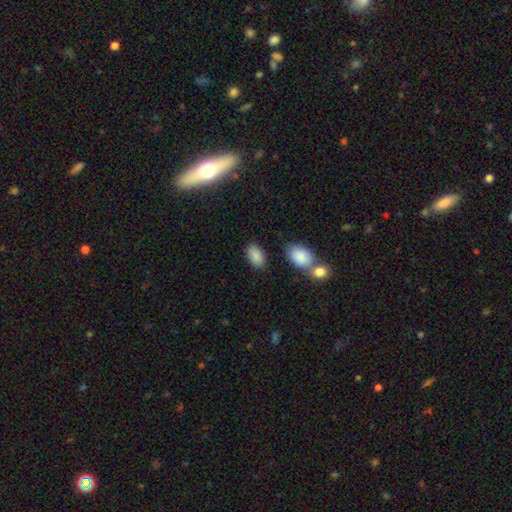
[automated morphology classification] Smooth or featured?
  - smooth: 87% *
  - star or artifact: 8%
  - featured or disk: 6%
How rounded?
  - in between: 92% *
  - round: 6%
  - cigar-shaped: 1%
Merging?
  - none: 80% *
  - minor disturbance: 12%
  - merger: 5%
  - major disturbance: 3%